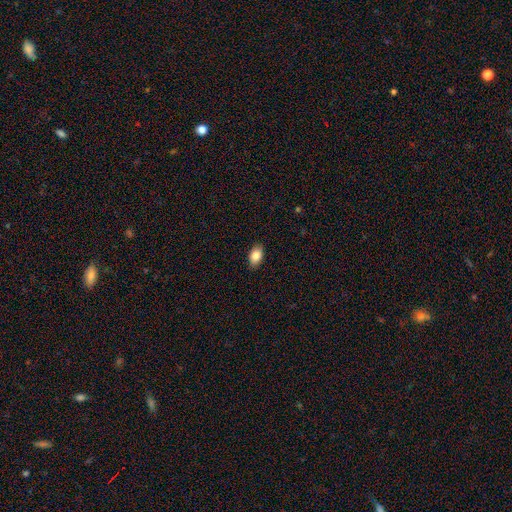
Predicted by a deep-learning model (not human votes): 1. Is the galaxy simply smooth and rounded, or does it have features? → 85% smooth, 8% featured or disk, 7% star or artifact.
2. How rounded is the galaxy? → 91% in between, 7% round, 2% cigar-shaped.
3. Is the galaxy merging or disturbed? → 88% none, 9% minor disturbance, 2% major disturbance, 1% merger.